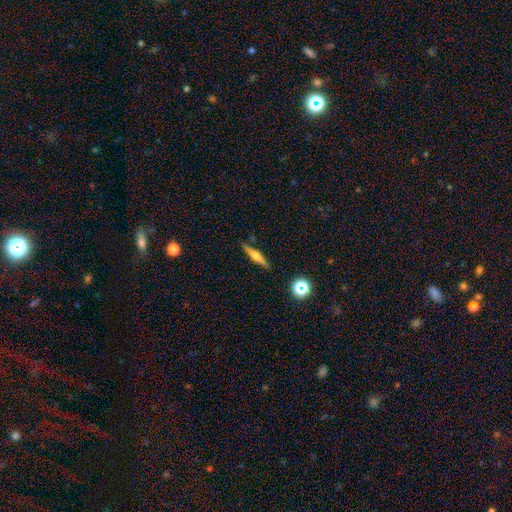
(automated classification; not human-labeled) Smooth or featured? featured or disk (65%)
Edge-on disk? yes (97%)
Edge-on bulge? rounded (87%)
Merging? none (88%)